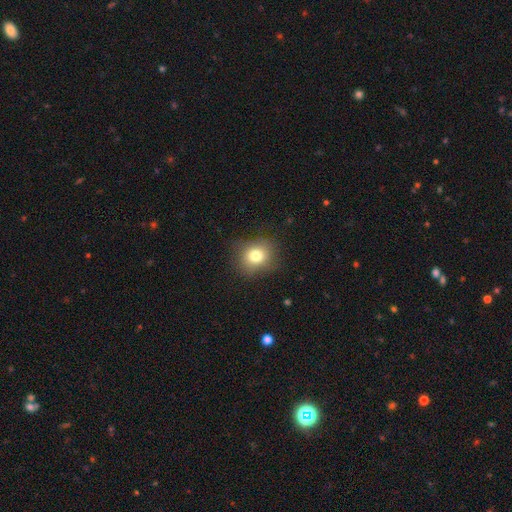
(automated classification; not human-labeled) Smooth or featured: smooth — 77% (star or artifact — 12%)
How rounded: round — 71% (in between — 28%)
Merging: none — 81% (minor disturbance — 13%)